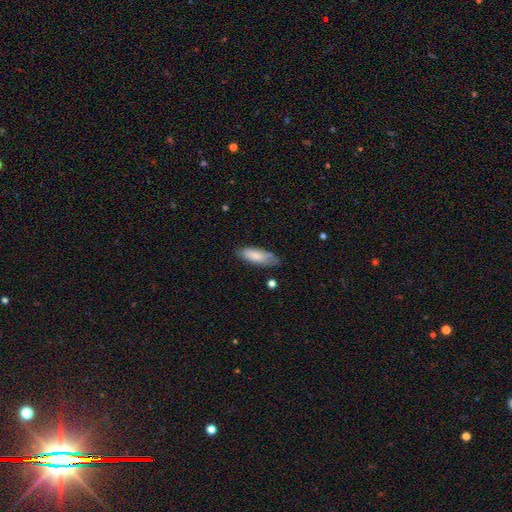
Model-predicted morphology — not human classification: Smooth or featured? Predicted: smooth (p=0.79). How rounded? Predicted: in between (p=0.66). Merging? Predicted: none (p=0.68).